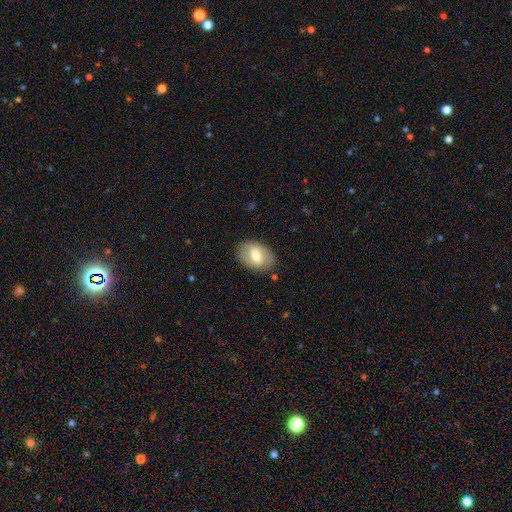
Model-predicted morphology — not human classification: smooth_or_featured: smooth (p=0.54) [alt: featured or disk p=0.39]
how_rounded: in between (p=0.85) [alt: round p=0.14]
merging: none (p=0.83) [alt: minor disturbance p=0.12]